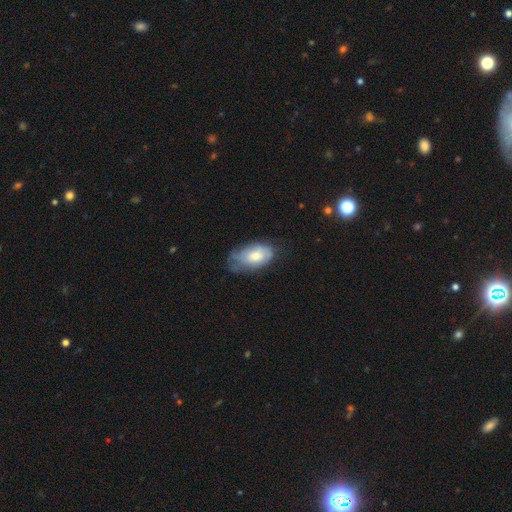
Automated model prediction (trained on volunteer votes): Smooth or featured: smooth — 58% (featured or disk — 36%)
How rounded: in between — 92% (round — 5%)
Merging: none — 42% (minor disturbance — 38%)